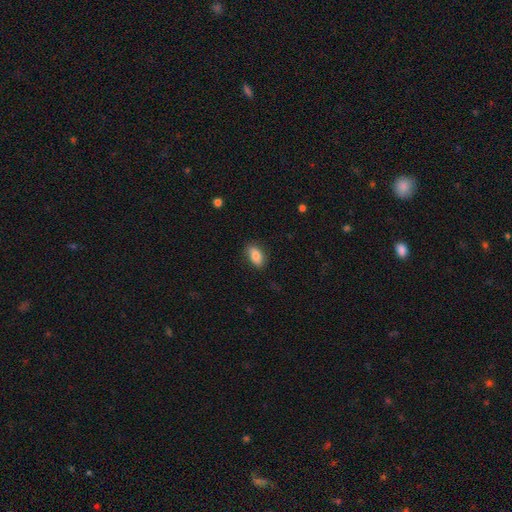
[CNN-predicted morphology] This appears to be a smooth galaxy with no disk features (82%) that is in between round and cigar-shaped (91%). Merging: none (81%).